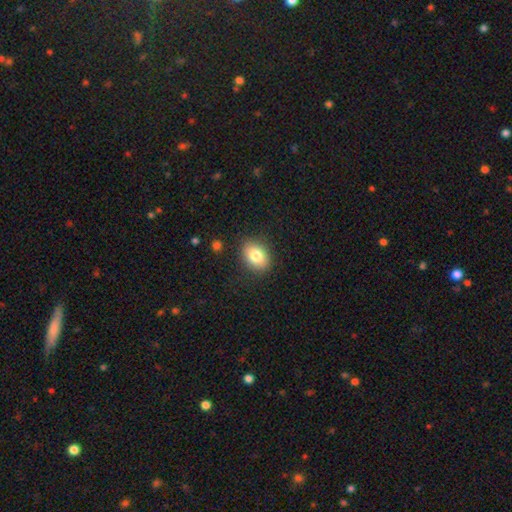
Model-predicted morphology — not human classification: Smooth or featured? Predicted: smooth (p=0.80). How rounded? Predicted: in between (p=0.66). Merging? Predicted: none (p=0.86).